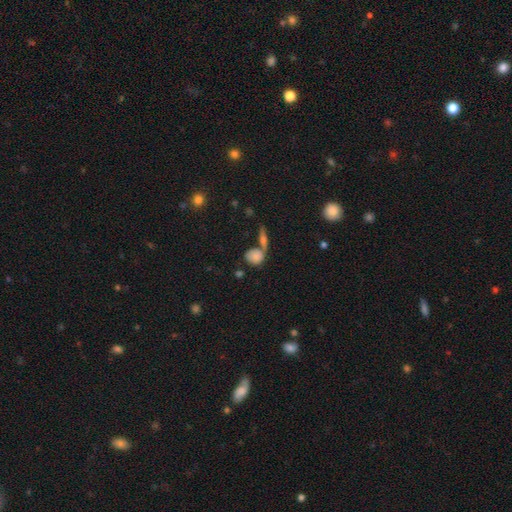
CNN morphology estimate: This is likely a smooth galaxy (75%). How rounded: likely round (64%). Merging: possibly none (48%).